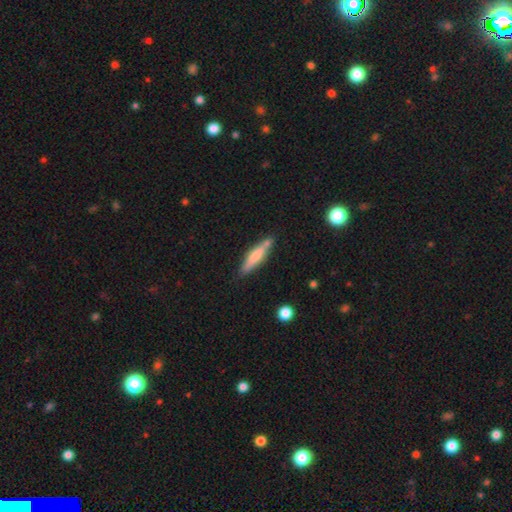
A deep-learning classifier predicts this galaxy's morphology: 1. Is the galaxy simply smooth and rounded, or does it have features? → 61% smooth, 33% featured or disk, 6% star or artifact.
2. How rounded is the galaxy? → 82% cigar-shaped, 16% in between, 2% round.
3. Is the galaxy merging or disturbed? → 76% none, 15% minor disturbance, 6% merger, 3% major disturbance.